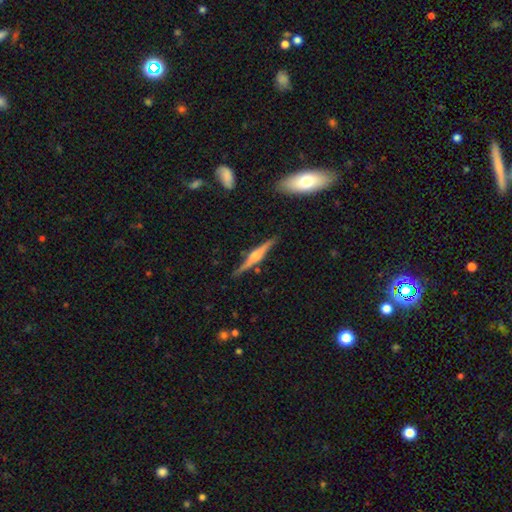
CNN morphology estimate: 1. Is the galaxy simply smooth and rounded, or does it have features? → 78% featured or disk, 16% smooth, 6% star or artifact.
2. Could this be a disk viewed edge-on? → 98% yes, 2% no.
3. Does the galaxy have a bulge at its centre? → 88% rounded, 9% boxy, 3% none.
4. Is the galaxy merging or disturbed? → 87% none, 9% minor disturbance, 2% merger, 2% major disturbance.